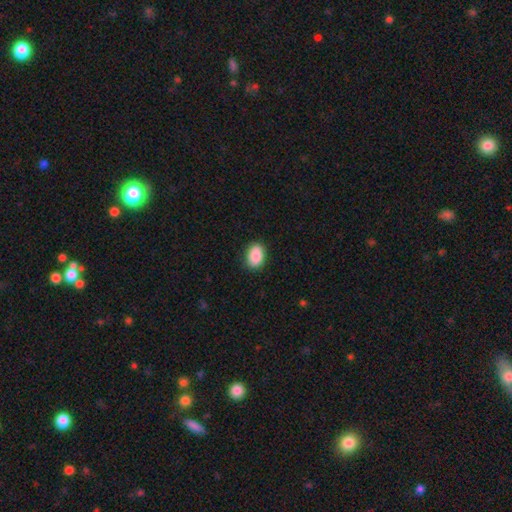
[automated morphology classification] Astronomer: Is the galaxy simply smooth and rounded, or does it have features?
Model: smooth — 90%.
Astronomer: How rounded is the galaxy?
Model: in between — 86%.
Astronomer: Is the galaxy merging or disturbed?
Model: none — 88%.